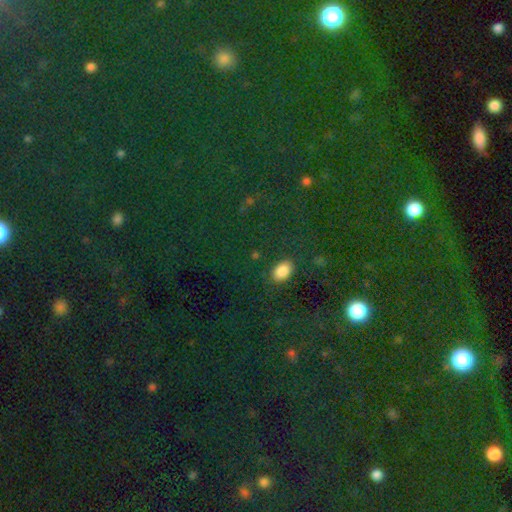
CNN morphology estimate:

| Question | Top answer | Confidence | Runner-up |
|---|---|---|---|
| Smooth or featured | smooth | 78% | star or artifact (17%) |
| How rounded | in between | 85% | round (12%) |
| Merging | none | 88% | minor disturbance (8%) |